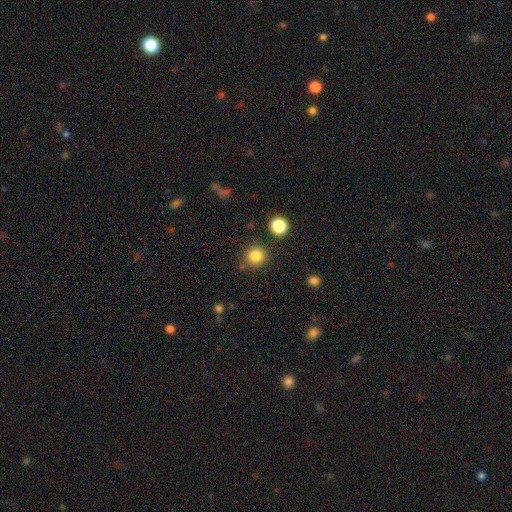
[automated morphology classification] Smooth or featured? smooth (84%)
How rounded? round (92%)
Merging? none (82%)